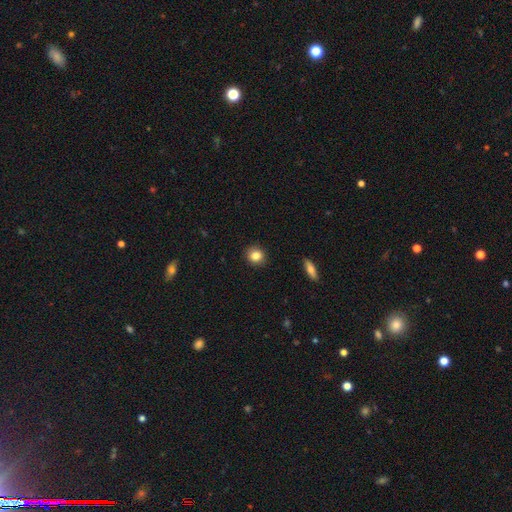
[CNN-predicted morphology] This is clearly a smooth galaxy (84%). How rounded: clearly round (82%). Merging: clearly none (90%).